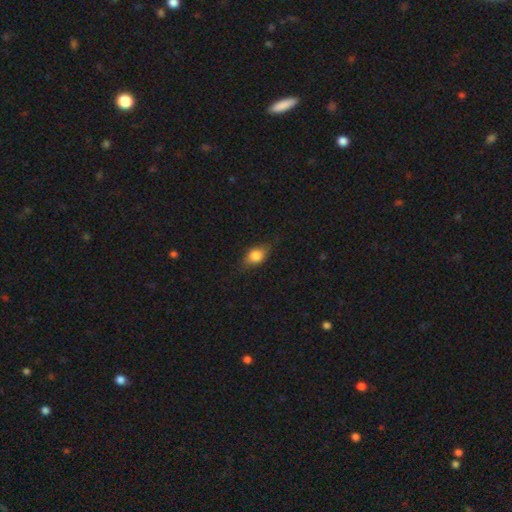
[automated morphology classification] This appears to be a smooth galaxy with no disk features (73%) that is in between round and cigar-shaped (70%). Merging: none (74%).